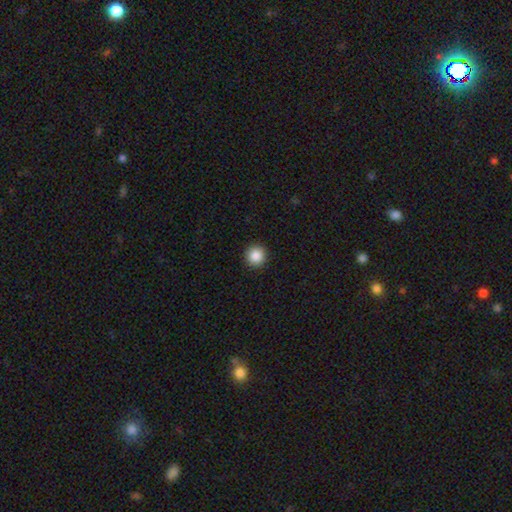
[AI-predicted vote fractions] This is clearly a smooth galaxy (87%). How rounded: clearly round (95%). Merging: clearly none (93%).